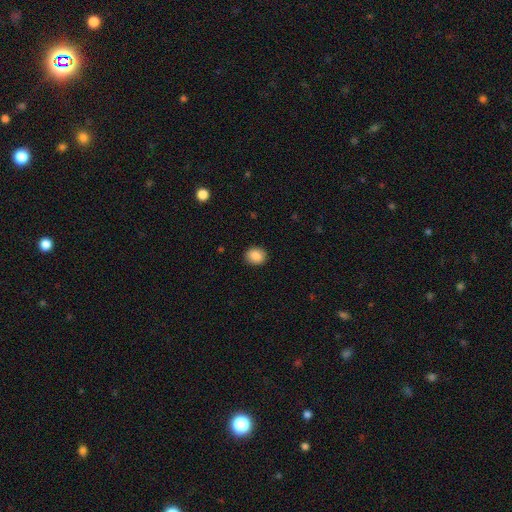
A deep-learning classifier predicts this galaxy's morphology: Overall: smooth (87%). How rounded: round (62%; in between 37%). Merging: none (90%).